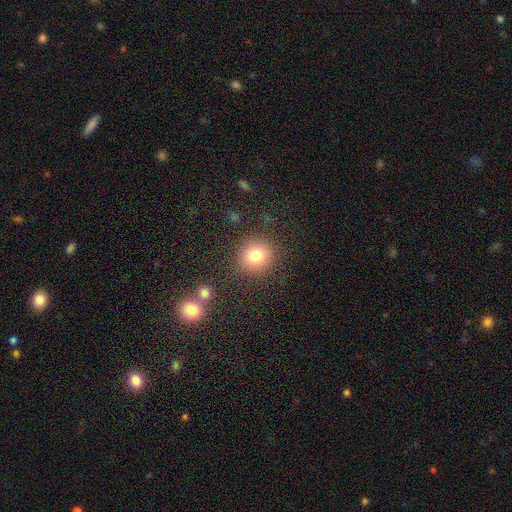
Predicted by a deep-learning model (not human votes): A smooth galaxy with no disk features (81%) that is round (89%). Merging: none (85%).